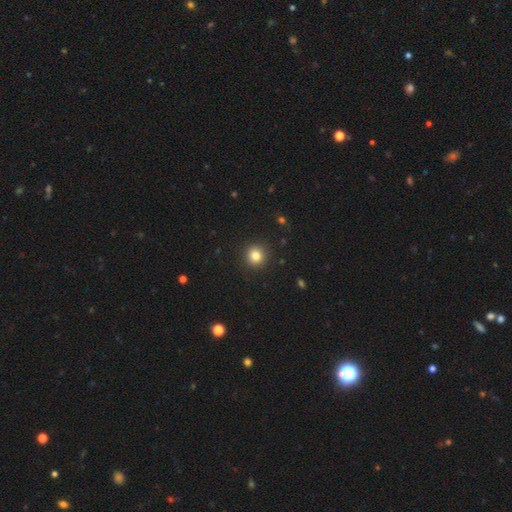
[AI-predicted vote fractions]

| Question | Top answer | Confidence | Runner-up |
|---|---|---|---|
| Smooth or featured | smooth | 82% | star or artifact (12%) |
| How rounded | round | 91% | in between (8%) |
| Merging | none | 92% | minor disturbance (5%) |